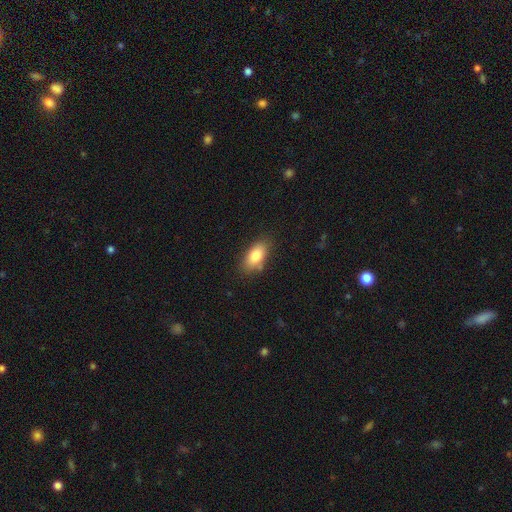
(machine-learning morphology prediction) Overall: smooth (83%). How rounded: in between (90%). Merging: none (77%).